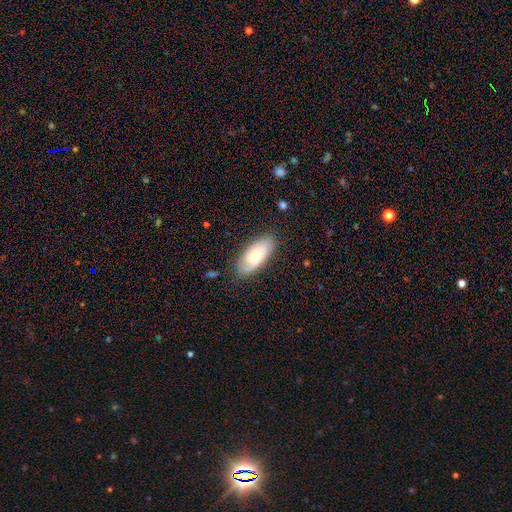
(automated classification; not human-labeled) smooth_or_featured: smooth (p=0.58) [alt: featured or disk p=0.36]
how_rounded: in between (p=0.89) [alt: cigar-shaped p=0.09]
merging: none (p=0.81) [alt: minor disturbance p=0.14]